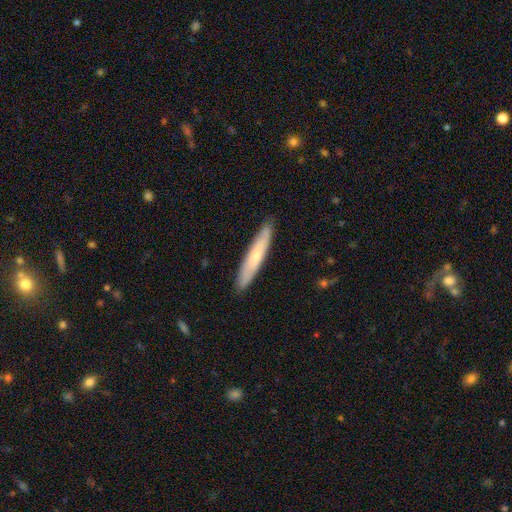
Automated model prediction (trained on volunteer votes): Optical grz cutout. It shows a smooth galaxy with no disk features (60%) that is cigar-shaped (91%). Merging: none (88%).